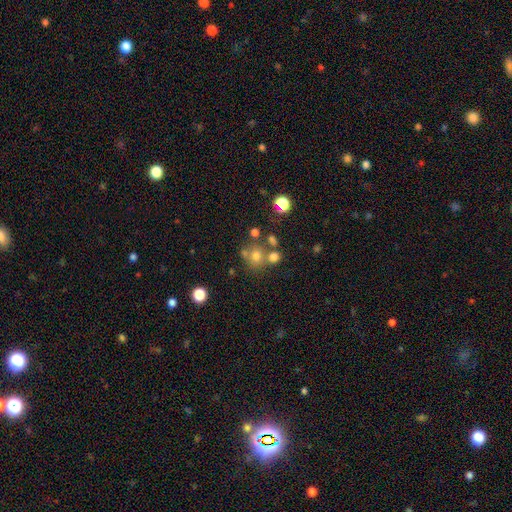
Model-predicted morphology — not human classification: Smooth or featured: smooth — 67% (star or artifact — 19%)
How rounded: round — 81% (in between — 18%)
Merging: none — 57% (merger — 26%)